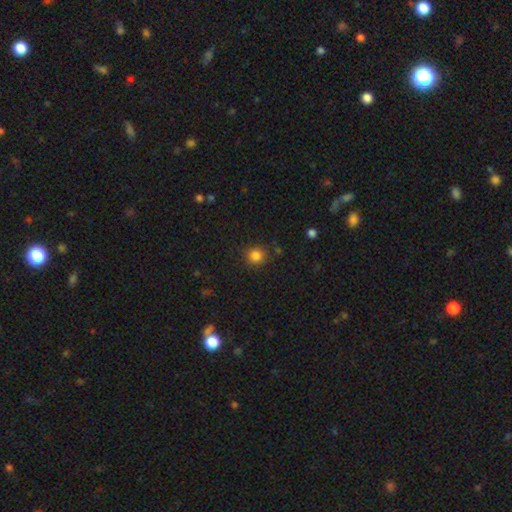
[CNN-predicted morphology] The model was most divided on "smooth or featured": smooth: 84%, star or artifact: 12%, featured or disk: 4%. More confident: how rounded — round (90%); merging — none (87%).